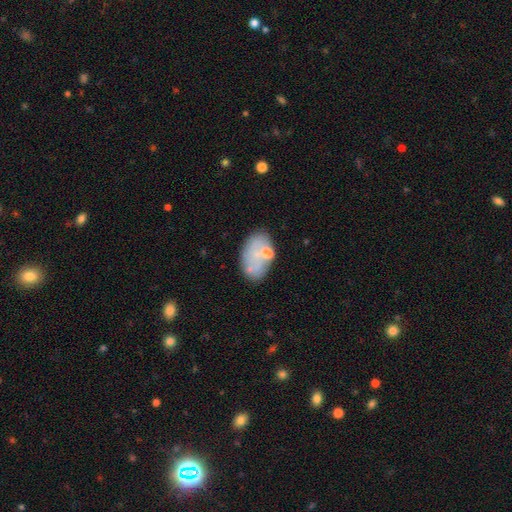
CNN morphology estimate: Smooth or featured? smooth (56%)
How rounded? in between (91%)
Merging? none (61%)